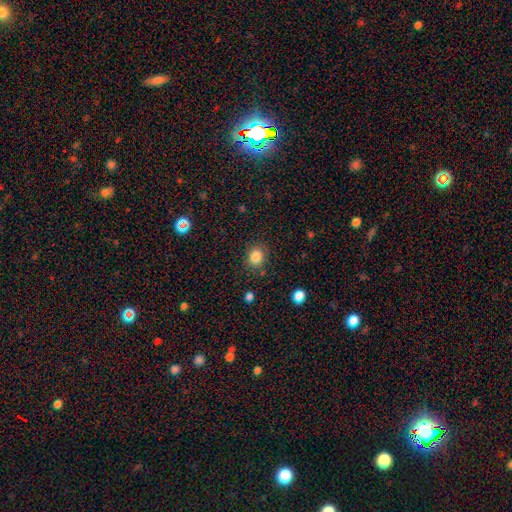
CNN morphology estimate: smooth 84%, star or artifact 11%, featured or disk 5%. Down the decision tree: how rounded — round (66%); merging — none (84%).